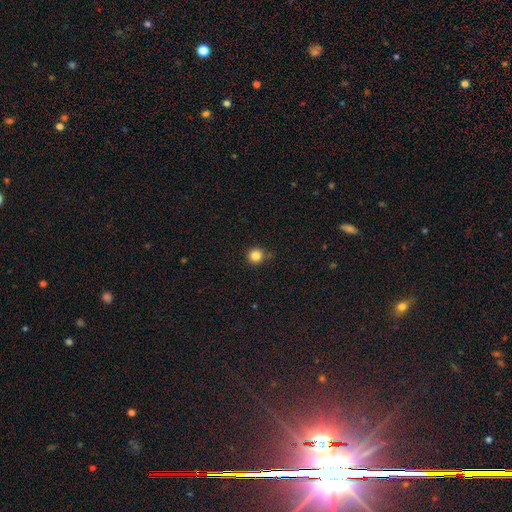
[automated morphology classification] smooth 84%, star or artifact 12%, featured or disk 4%. Down the decision tree: how rounded — round (95%); merging — none (81%).